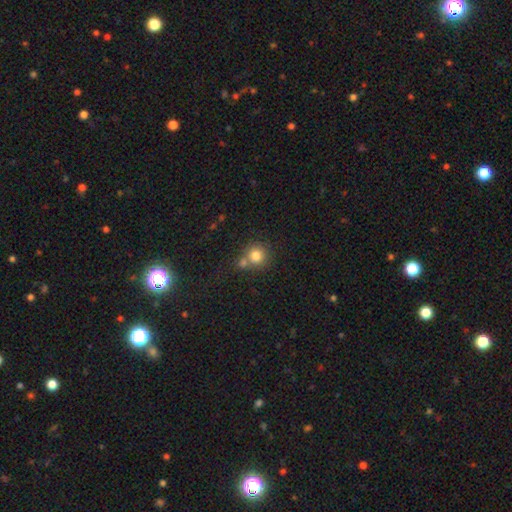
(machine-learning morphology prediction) Smooth or featured? smooth (79%)
How rounded? round (91%)
Merging? none (54%)